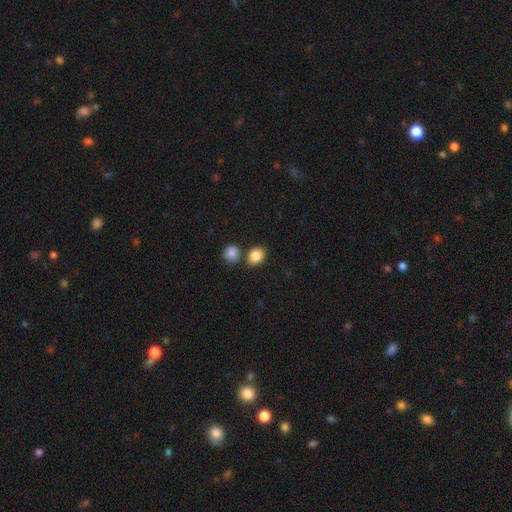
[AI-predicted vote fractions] smooth-or-featured: smooth: 86% | star or artifact: 9% | featured or disk: 6%
  how-rounded: in between: 54% | round: 45% | cigar-shaped: 1%
  merging: none: 69% | merger: 18% | minor disturbance: 10% | major disturbance: 3%